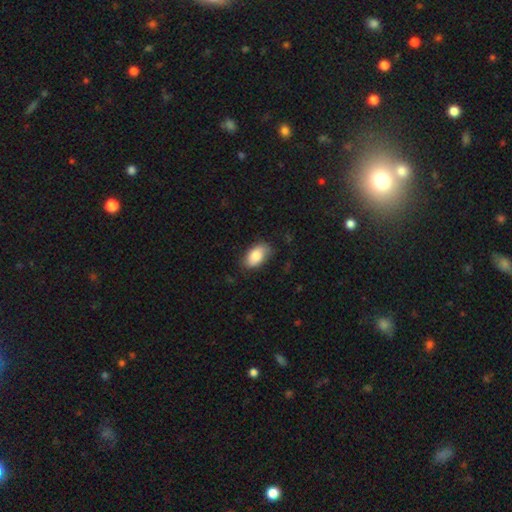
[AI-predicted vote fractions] Smooth or featured: smooth — 84% (featured or disk — 9%)
How rounded: in between — 93% (round — 5%)
Merging: none — 74% (minor disturbance — 20%)